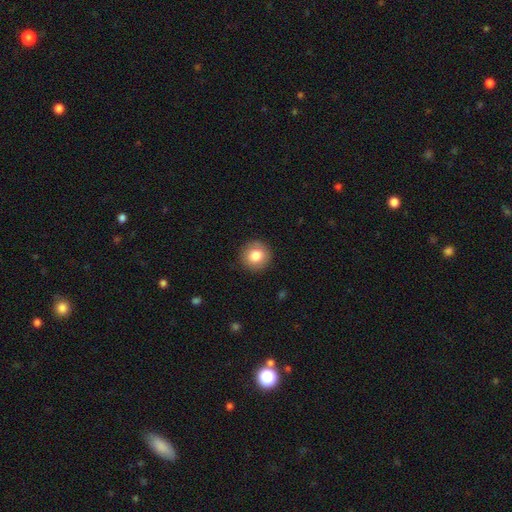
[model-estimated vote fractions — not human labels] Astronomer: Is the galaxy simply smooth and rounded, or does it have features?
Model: smooth — 81%.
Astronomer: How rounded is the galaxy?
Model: round — 93%.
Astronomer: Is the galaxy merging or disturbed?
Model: none — 90%.